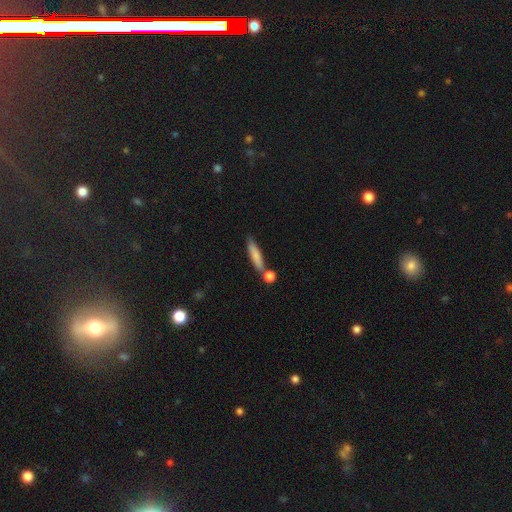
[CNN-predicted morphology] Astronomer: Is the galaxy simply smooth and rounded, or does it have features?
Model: smooth — 75%.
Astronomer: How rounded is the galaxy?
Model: cigar-shaped — 82%.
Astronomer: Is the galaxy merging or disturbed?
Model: none — 66%.